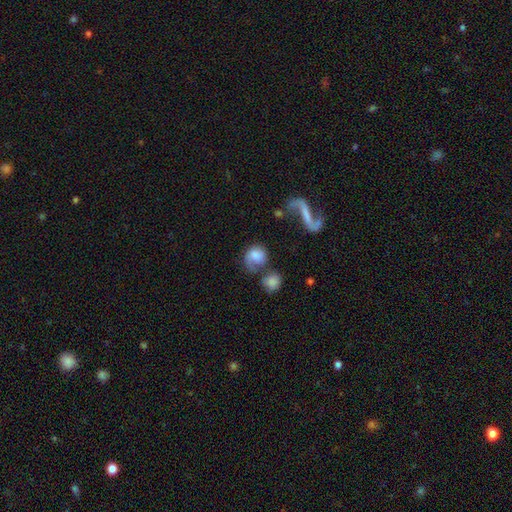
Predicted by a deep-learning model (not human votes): Smooth or featured: smooth — 61% (featured or disk — 30%)
How rounded: round — 64% (in between — 35%)
Merging: none — 31% (merger — 30%)